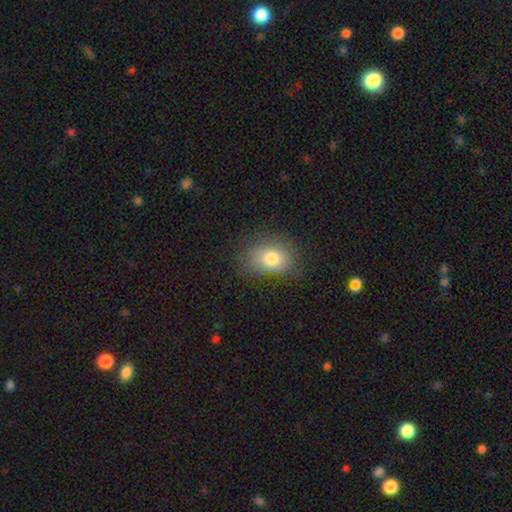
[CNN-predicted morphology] A smooth galaxy with no disk features (75%) that is in between round and cigar-shaped (60%). Merging: none (84%).